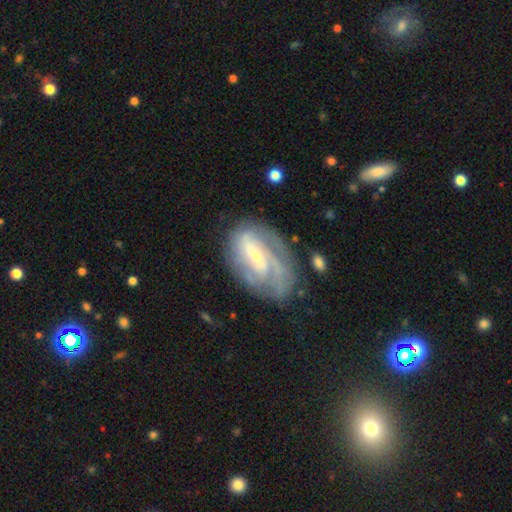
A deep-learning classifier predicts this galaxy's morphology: smooth-or-featured: featured or disk: 79% | smooth: 15% | star or artifact: 6%
  disk-edge-on: no: 95% | yes: 5%
    bar: weak: 42% | no: 29% | strong: 29%
    has-spiral-arms: yes: 89% | no: 11%
      spiral-winding: tight: 47% | medium: 37% | loose: 16%
      spiral-arm-count: 2: 35% | can't tell: 33% | 3: 15% | 1: 7% | 4: 6% | more than 4: 3%
    bulge-size: small: 72% | moderate: 23% | none: 3% | large: 2% | dominant: 1%
  merging: none: 60% | minor disturbance: 23% | major disturbance: 15% | merger: 3%